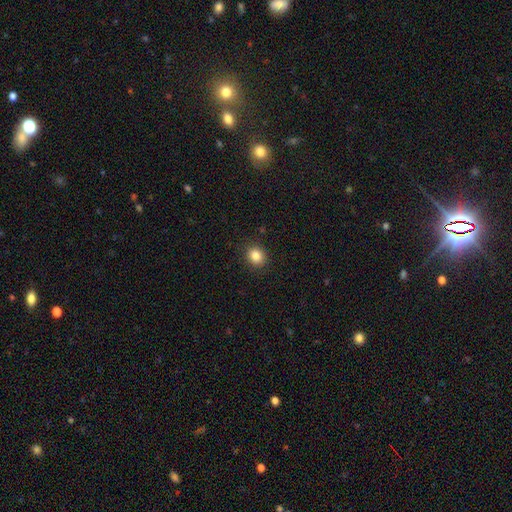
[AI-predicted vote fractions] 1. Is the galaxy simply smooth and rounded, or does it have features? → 84% smooth, 11% star or artifact, 5% featured or disk.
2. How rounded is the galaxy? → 71% round, 28% in between, 1% cigar-shaped.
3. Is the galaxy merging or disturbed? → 90% none, 7% minor disturbance, 2% major disturbance, 1% merger.